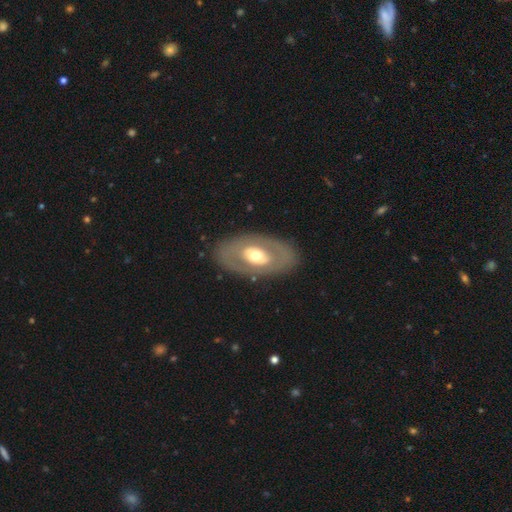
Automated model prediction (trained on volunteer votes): smooth_or_featured: featured or disk (p=0.55) [alt: smooth p=0.40]
disk_edge_on: no (p=0.89) [alt: yes p=0.11]
merging: none (p=0.83) [alt: minor disturbance p=0.10]